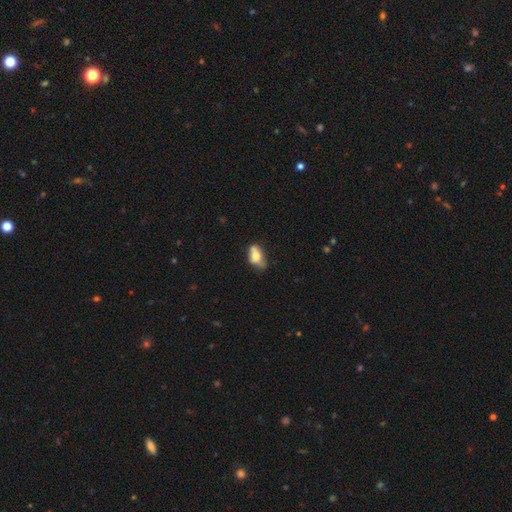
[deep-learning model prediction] smooth 62%, featured or disk 29%, star or artifact 9%. Down the decision tree: how rounded — in between (85%); merging — none (39%).